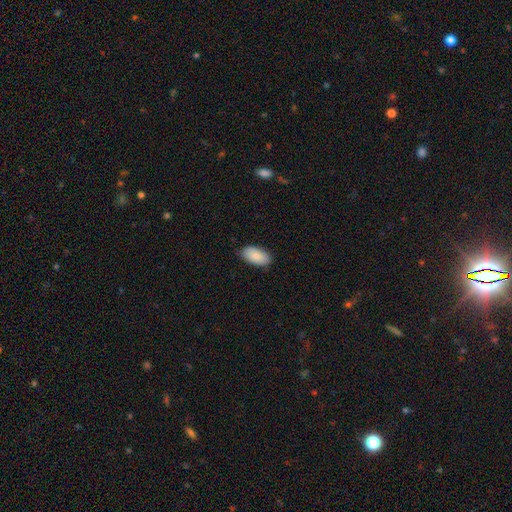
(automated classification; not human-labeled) Smooth or featured? smooth (89%)
How rounded? in between (95%)
Merging? none (86%)